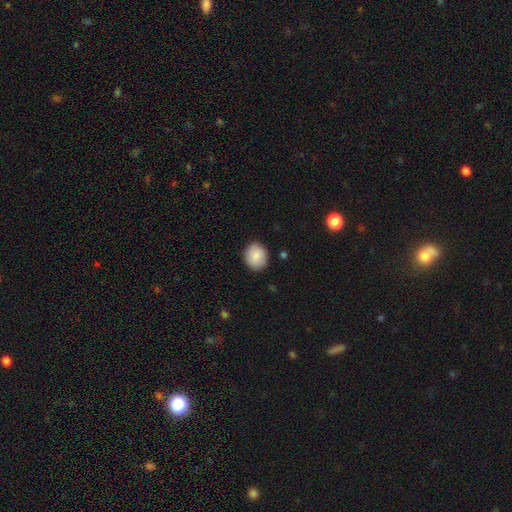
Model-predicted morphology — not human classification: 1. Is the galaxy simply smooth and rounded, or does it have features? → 88% smooth, 7% star or artifact, 5% featured or disk.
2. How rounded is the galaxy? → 65% round, 34% in between, 1% cigar-shaped.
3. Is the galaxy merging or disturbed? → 87% none, 10% minor disturbance, 2% major disturbance, 1% merger.